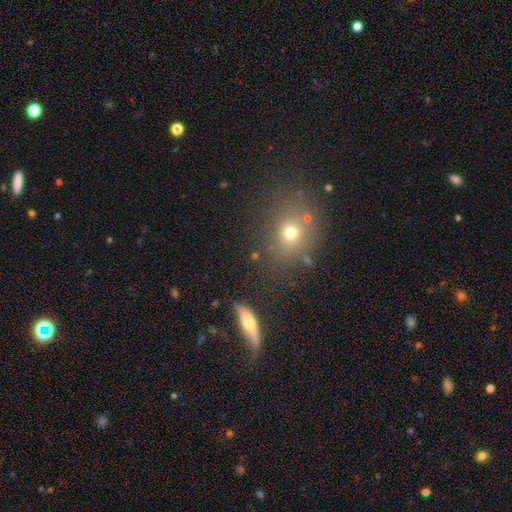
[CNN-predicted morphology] This appears to be a smooth galaxy with no disk features (60%) that is round (57%). Merging: none (75%).